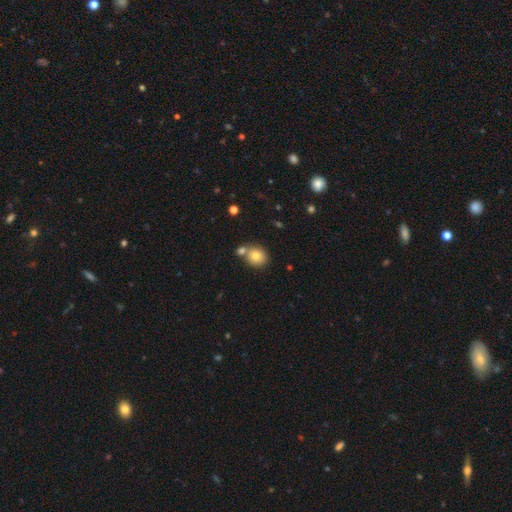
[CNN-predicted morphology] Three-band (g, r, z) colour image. It shows a smooth galaxy with no disk features (78%) that is round (72%). Merging: none (60%).